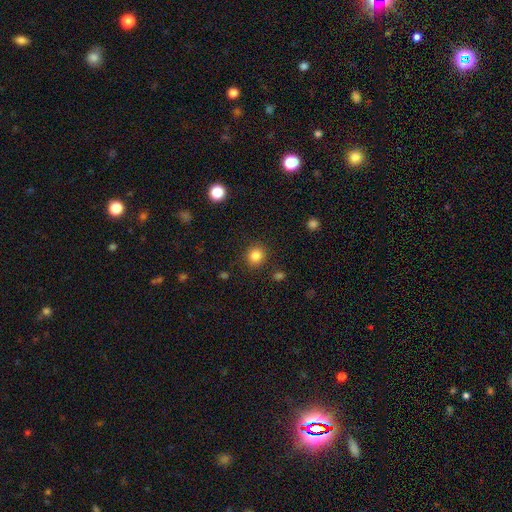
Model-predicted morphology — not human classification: A smooth galaxy with no disk features (85%) that is round (82%). Merging: none (87%).